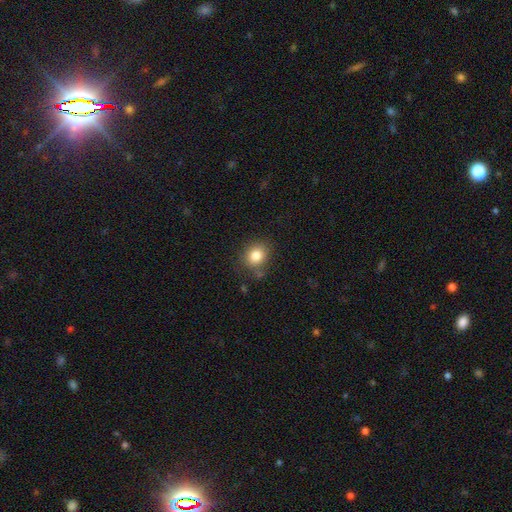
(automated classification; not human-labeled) Overall: smooth (83%). How rounded: round (64%; in between 35%). Merging: none (79%).